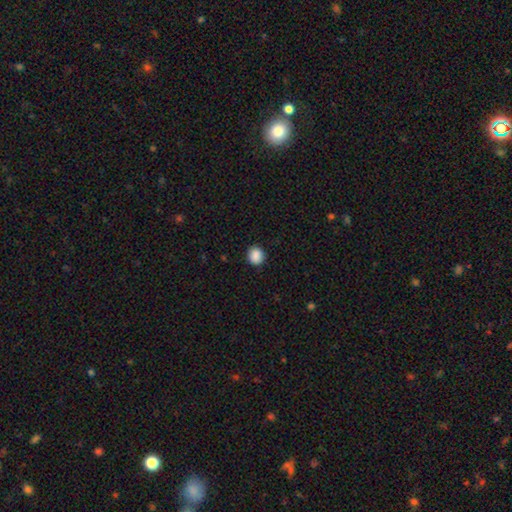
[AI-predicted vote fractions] Smooth or featured? Predicted: smooth (p=0.89). How rounded? Predicted: round (p=0.76). Merging? Predicted: none (p=0.89).